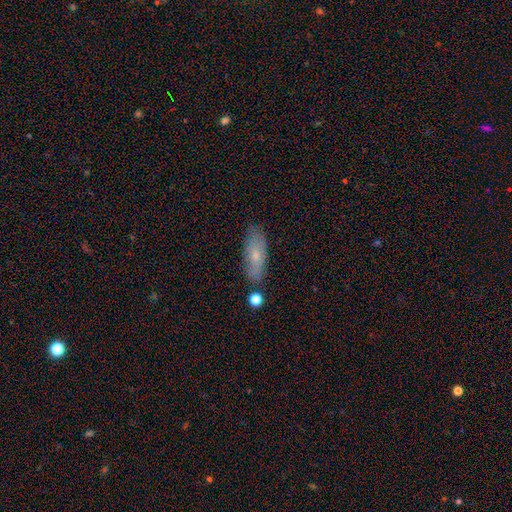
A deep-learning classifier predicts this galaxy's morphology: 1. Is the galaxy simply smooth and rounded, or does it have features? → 65% smooth, 27% featured or disk, 8% star or artifact.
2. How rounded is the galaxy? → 67% in between, 29% cigar-shaped, 3% round.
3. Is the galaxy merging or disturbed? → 76% none, 17% minor disturbance, 4% merger, 3% major disturbance.